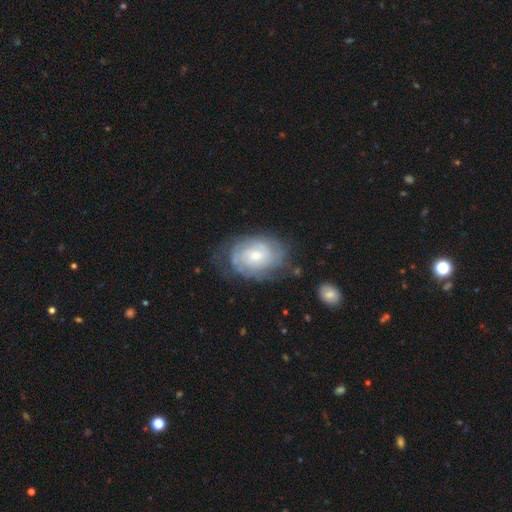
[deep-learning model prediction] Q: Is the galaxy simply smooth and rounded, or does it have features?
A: featured or disk — 74%.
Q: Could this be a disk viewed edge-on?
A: no — 97%.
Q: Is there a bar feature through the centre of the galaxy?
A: no — 65%.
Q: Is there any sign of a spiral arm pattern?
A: yes — 89%.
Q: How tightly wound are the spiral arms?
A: tight — 70%.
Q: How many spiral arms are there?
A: can't tell — 50%.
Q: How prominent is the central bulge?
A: small — 49%.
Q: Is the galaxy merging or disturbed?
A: none — 65%.